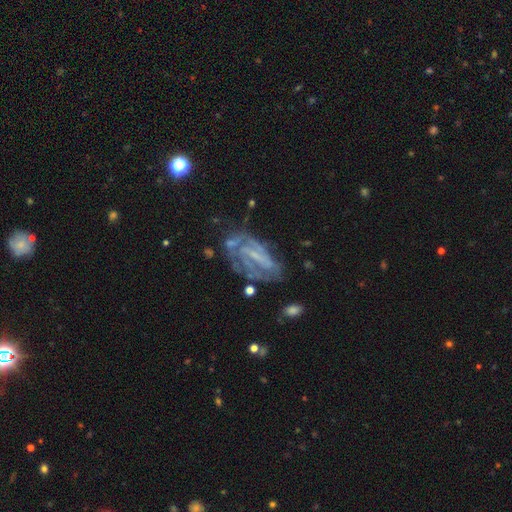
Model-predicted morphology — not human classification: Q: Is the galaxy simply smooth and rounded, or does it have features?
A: featured or disk — 76%.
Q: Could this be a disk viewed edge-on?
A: no — 93%.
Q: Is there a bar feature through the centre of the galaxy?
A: weak — 40%.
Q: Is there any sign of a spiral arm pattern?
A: yes — 75%.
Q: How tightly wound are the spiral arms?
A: tight — 50%.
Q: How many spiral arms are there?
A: can't tell — 43%.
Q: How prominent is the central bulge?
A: small — 45%.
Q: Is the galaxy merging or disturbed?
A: none — 54%.